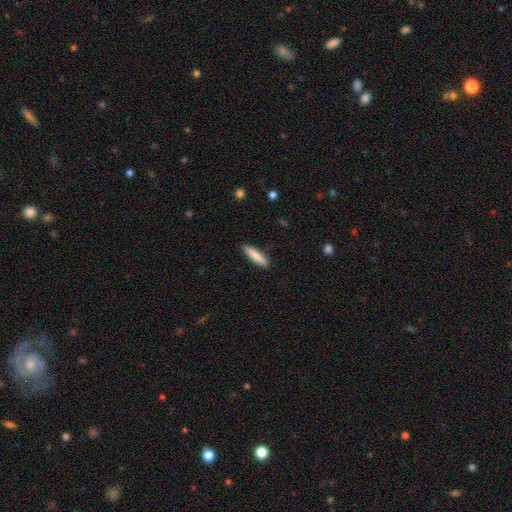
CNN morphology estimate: The model was most divided on "how rounded": cigar-shaped: 80%, in between: 19%, round: 1%. More confident: merging — none (88%); smooth or featured — smooth (84%).